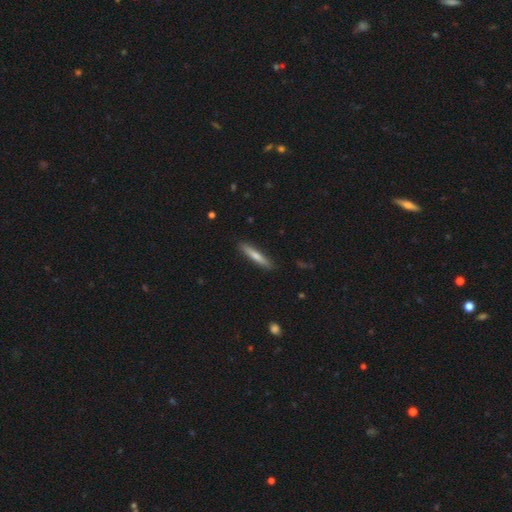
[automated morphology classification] Smooth or featured: smooth — 58% (featured or disk — 36%)
How rounded: cigar-shaped — 93% (in between — 6%)
Merging: none — 90% (minor disturbance — 8%)